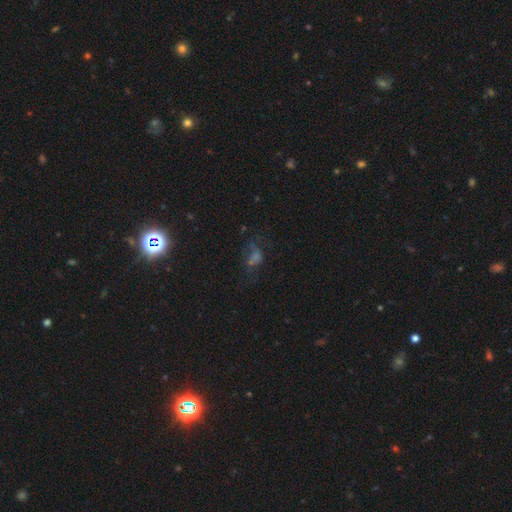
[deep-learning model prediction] The model was most divided on "smooth or featured": star or artifact: 43%, smooth: 30%, featured or disk: 27%.